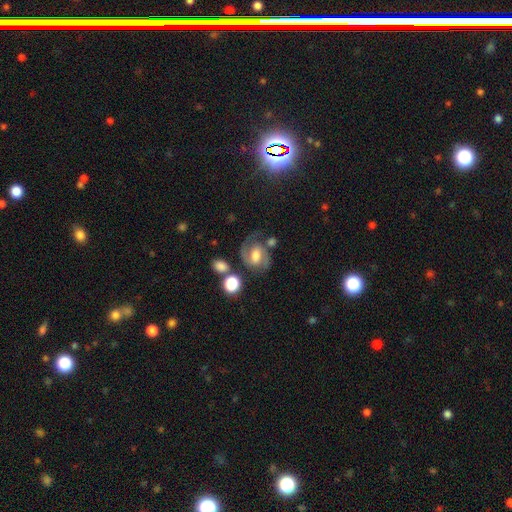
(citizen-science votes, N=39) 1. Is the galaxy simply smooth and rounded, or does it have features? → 77% featured or disk, 15% smooth, 8% star or artifact.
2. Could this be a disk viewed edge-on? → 97% no, 3% yes.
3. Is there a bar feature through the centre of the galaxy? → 45% weak, 38% no, 17% strong.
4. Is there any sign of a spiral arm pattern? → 100% yes, 0% no.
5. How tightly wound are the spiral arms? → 62% medium, 21% loose, 17% tight.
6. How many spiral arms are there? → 93% 2, 3% 1, 3% can't tell, 0% 3, 0% 4, 0% more than 4.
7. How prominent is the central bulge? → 41% large, 38% moderate, 14% small, 7% none, 0% dominant.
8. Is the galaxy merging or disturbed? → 61% none, 19% major disturbance, 11% minor disturbance, 8% merger.